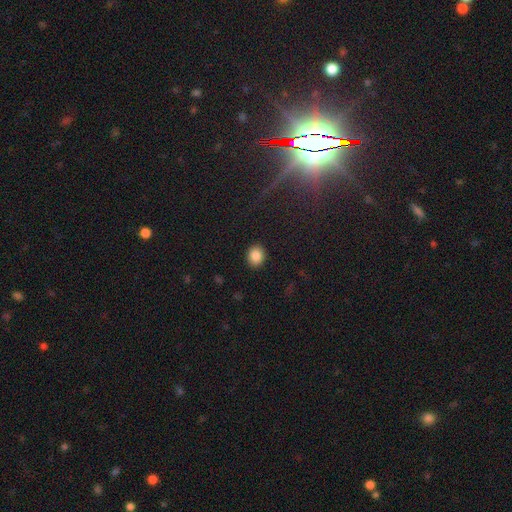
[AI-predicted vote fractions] Smooth or featured: smooth — 86% (star or artifact — 9%)
How rounded: round — 70% (in between — 29%)
Merging: none — 91% (minor disturbance — 6%)